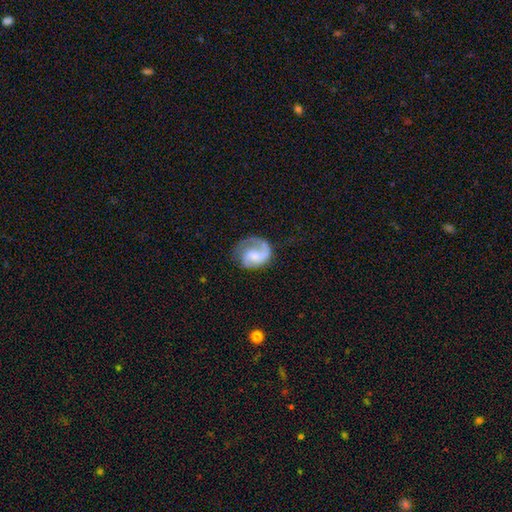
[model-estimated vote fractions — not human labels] A featured or disk galaxy (76%) with no bar (49%), 2 (54%) medium (46%) spiral arms (95%) and no central bulge (32%). Merging: none (57%).